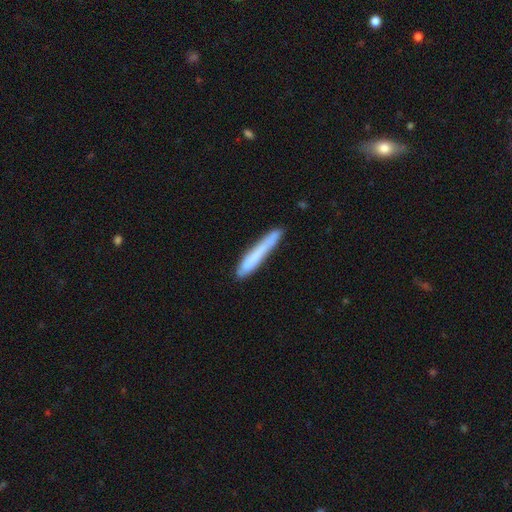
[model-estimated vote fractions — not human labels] Overall: smooth (68%). How rounded: cigar-shaped (96%). Merging: none (74%).